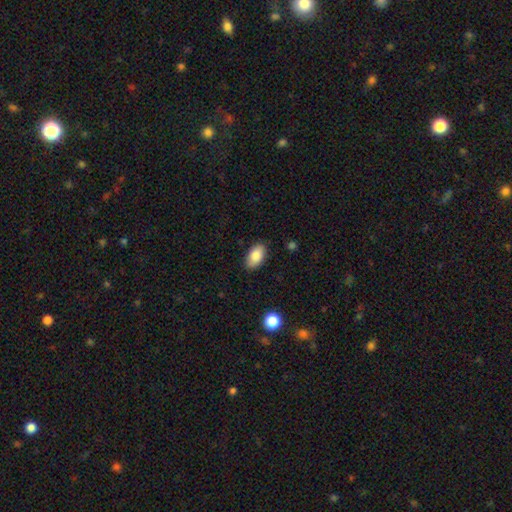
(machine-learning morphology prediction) This is clearly a smooth galaxy (85%). How rounded: clearly in between (93%). Merging: clearly none (86%).